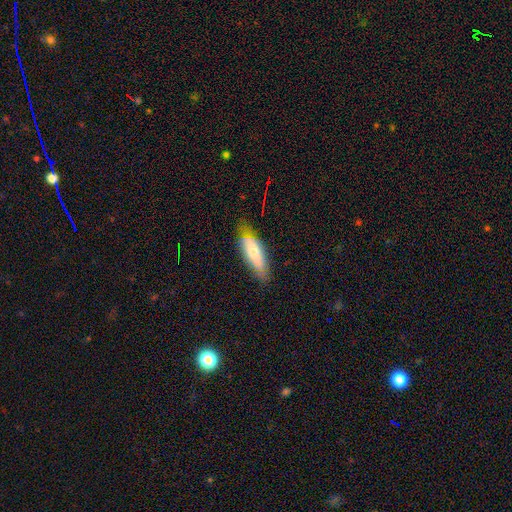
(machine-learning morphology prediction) Q: Smooth or featured?
A: smooth (53%); runner-up: featured or disk (39%)
Q: How rounded?
A: in between (51%); runner-up: cigar-shaped (47%)
Q: Merging?
A: none (76%); runner-up: minor disturbance (19%)